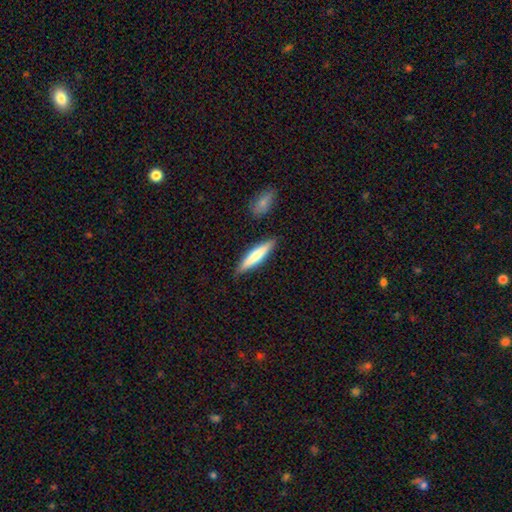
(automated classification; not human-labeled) smooth_or_featured: smooth (p=0.65) [alt: featured or disk p=0.29]
how_rounded: cigar-shaped (p=0.86) [alt: in between p=0.13]
merging: none (p=0.86) [alt: minor disturbance p=0.09]